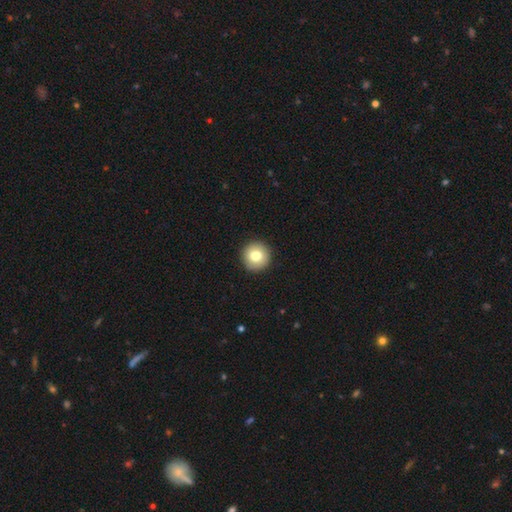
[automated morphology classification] A smooth galaxy with no disk features (79%) that is round (95%). Merging: none (92%).